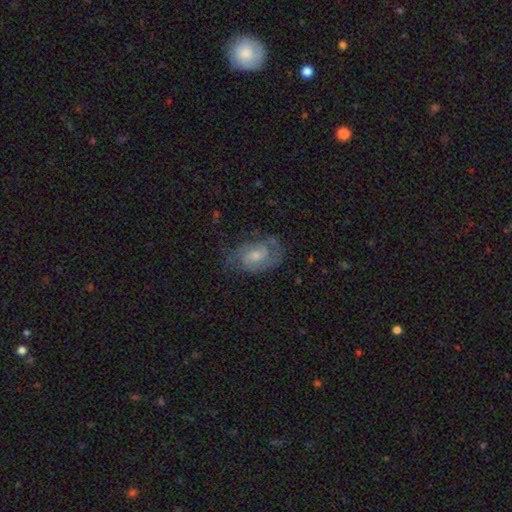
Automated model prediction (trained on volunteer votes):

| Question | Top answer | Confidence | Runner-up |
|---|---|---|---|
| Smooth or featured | featured or disk | 73% | smooth (20%) |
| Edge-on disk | no | 97% | yes (3%) |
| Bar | no | 55% | weak (39%) |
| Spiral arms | yes | 90% | no (10%) |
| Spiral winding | tight | 44% | medium (43%) |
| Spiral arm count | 2 | 66% | can't tell (19%) |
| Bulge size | small | 48% | moderate (42%) |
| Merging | none | 64% | minor disturbance (23%) |